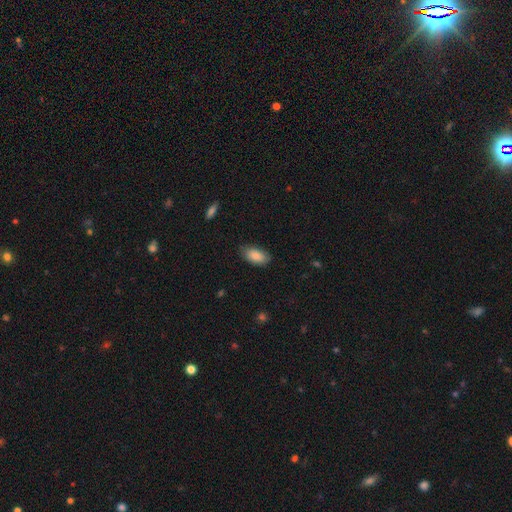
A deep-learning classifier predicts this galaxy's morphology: This is clearly a smooth galaxy (85%). How rounded: clearly in between (93%). Merging: likely none (79%).